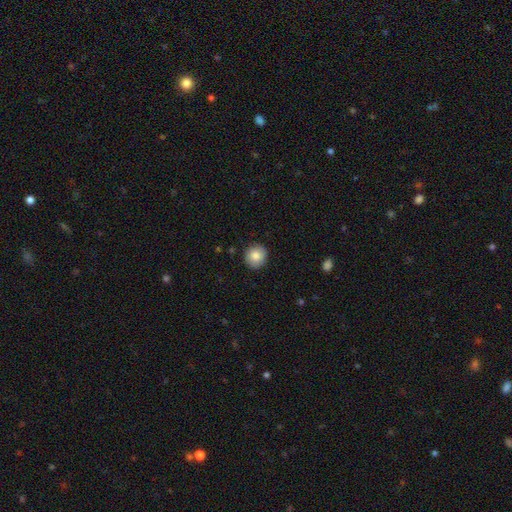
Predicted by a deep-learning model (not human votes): Smooth or featured: smooth — 84% (star or artifact — 8%)
How rounded: round — 91% (in between — 8%)
Merging: none — 90% (minor disturbance — 8%)